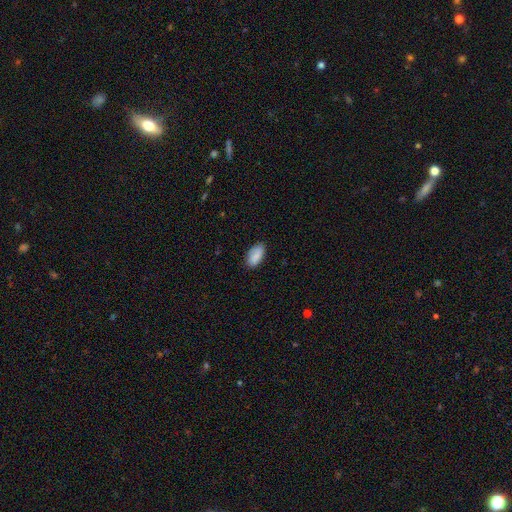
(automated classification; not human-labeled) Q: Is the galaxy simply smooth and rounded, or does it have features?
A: smooth — 85%.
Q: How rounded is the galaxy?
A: in between — 94%.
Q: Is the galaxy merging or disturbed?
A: none — 81%.